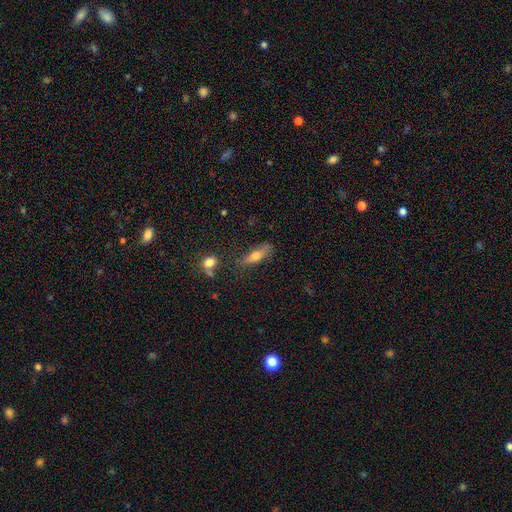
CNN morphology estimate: Smooth or featured? smooth (63%)
How rounded? cigar-shaped (49%)
Merging? none (67%)